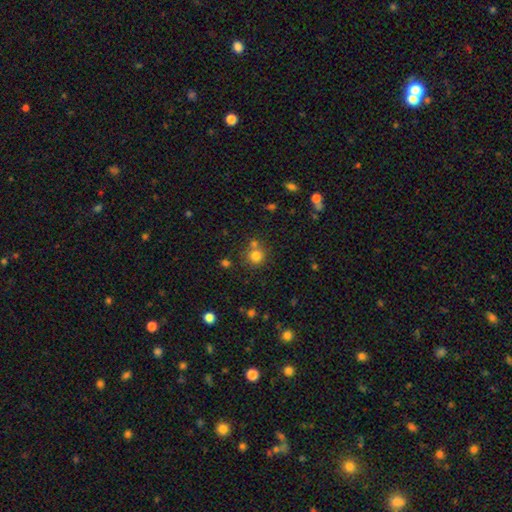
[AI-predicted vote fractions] Smooth or featured? Predicted: smooth (p=0.78). How rounded? Predicted: round (p=0.91). Merging? Predicted: none (p=0.65).